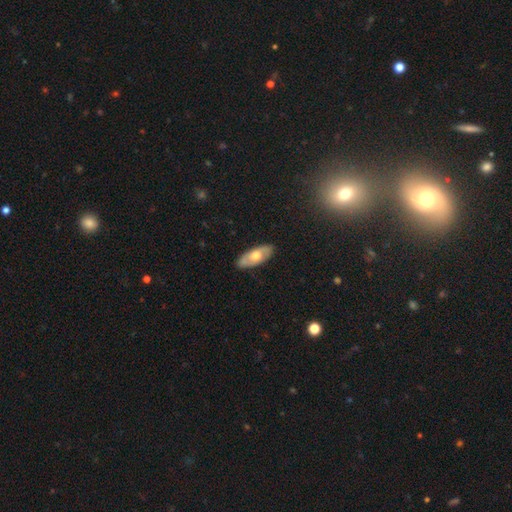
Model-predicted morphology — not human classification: This is possibly a smooth galaxy (50%). How rounded: clearly in between (84%). Merging: clearly none (85%).